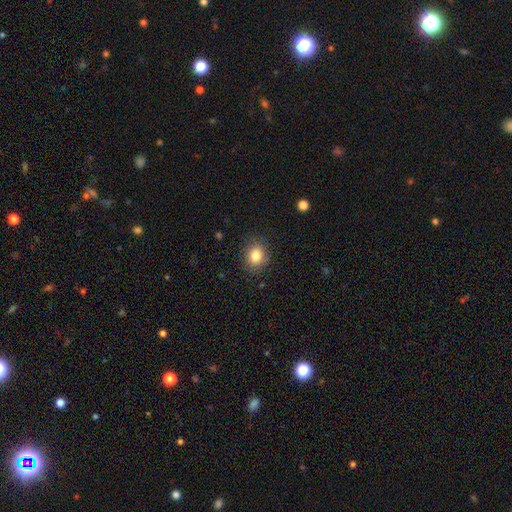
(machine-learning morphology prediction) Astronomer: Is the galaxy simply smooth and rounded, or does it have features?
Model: smooth — 83%.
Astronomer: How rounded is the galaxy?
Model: round — 60% (runner-up: in between, 39%).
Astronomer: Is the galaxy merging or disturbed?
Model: none — 85%.